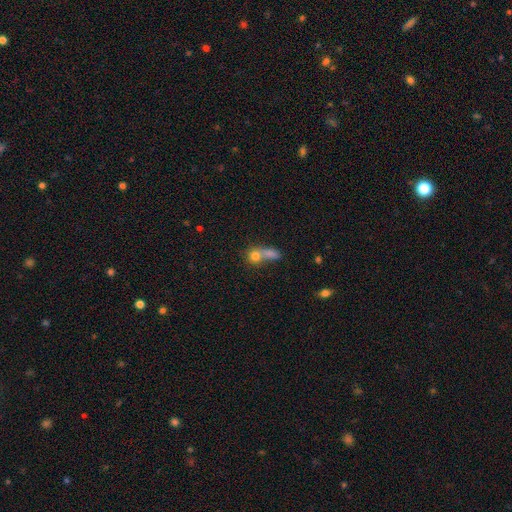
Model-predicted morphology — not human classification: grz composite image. It shows a smooth galaxy with no disk features (76%) that is round (69%). Merging: merger (59%).